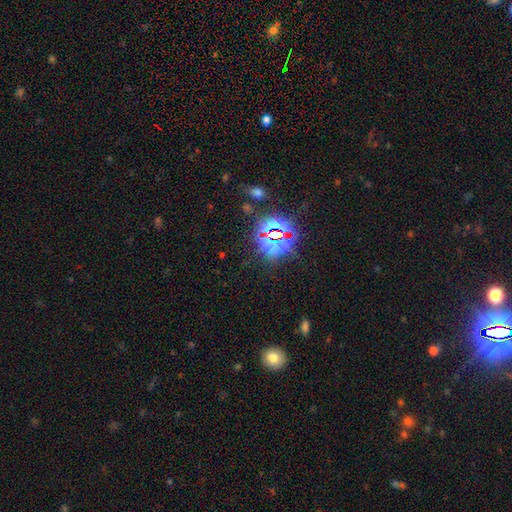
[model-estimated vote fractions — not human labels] A star or artifact, not a galaxy (79%).